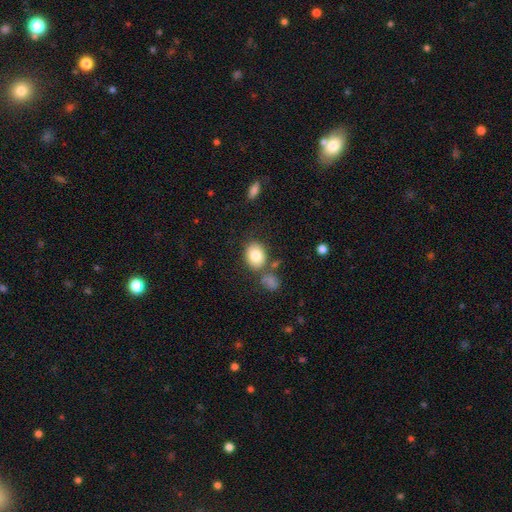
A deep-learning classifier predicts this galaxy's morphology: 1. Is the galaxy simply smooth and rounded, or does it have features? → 82% smooth, 10% featured or disk, 8% star or artifact.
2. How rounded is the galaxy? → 60% in between, 39% round, 1% cigar-shaped.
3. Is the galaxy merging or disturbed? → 71% none, 13% minor disturbance, 12% merger, 4% major disturbance.